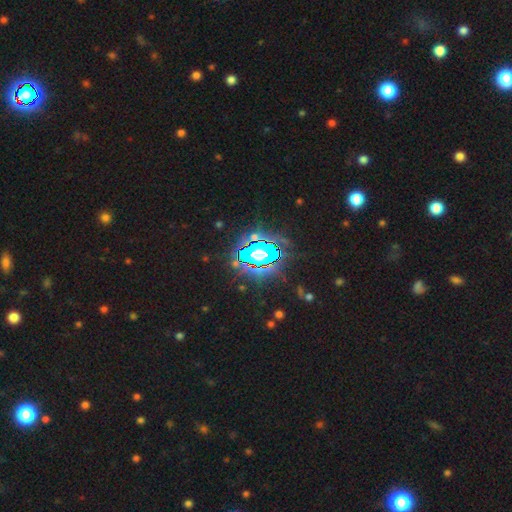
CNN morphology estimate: A star or artifact, not a galaxy (67%).

Vote fractions:
- Smooth or featured? star or artifact: 67% / smooth: 17% / featured or disk: 16%